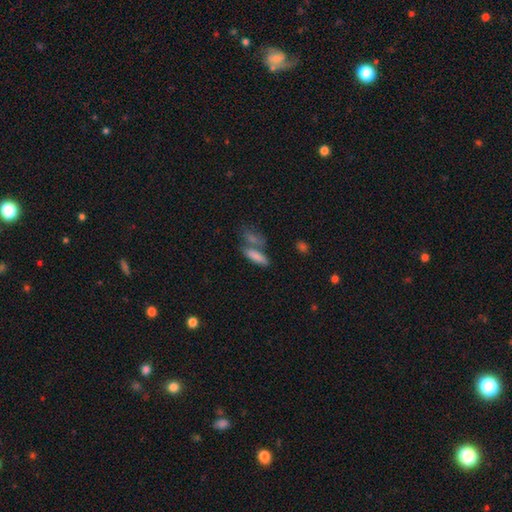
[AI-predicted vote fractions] smooth-or-featured: smooth: 80% | featured or disk: 11% | star or artifact: 9%
  how-rounded: in between: 54% | cigar-shaped: 43% | round: 3%
  merging: none: 44% | merger: 40% | minor disturbance: 11% | major disturbance: 5%